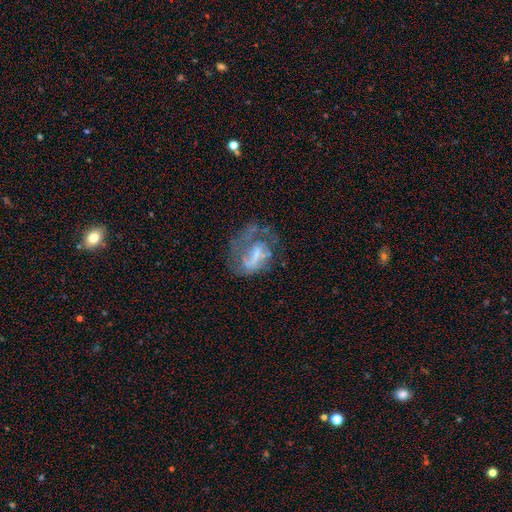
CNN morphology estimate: type=featured or disk (63%); edge-on=no (97%); bar=weak (41%); spiral arms=yes (53%); bulge=none (35%); merging=major disturbance (42%).